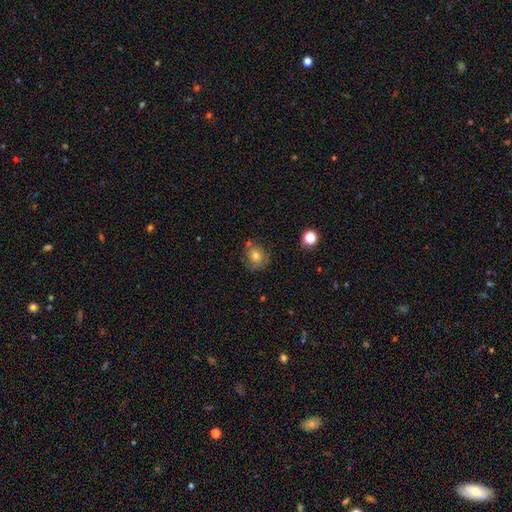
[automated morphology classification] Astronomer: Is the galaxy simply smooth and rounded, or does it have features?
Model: smooth — 66%.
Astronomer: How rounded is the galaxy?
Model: round — 75%.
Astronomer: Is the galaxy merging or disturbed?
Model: none — 63%.